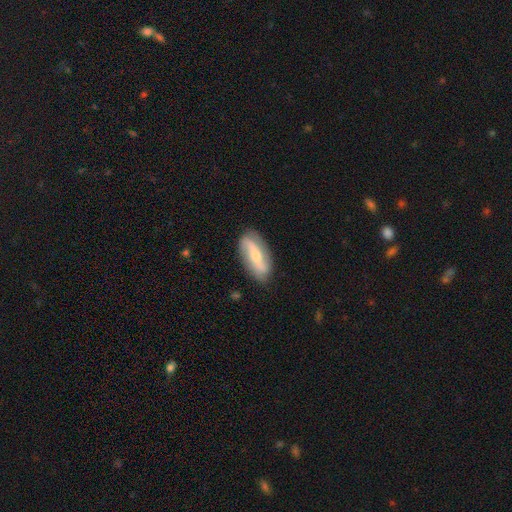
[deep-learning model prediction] Overall: featured or disk (69%). Edge-on disk: no (88%). Bar: no (37%; strong 35%). Spiral arms: yes (83%). Spiral arm count: 2 (87%). Spiral winding: loose (56%; medium 27%). Bulge size: moderate (50%; small 46%). Merging: none (83%).